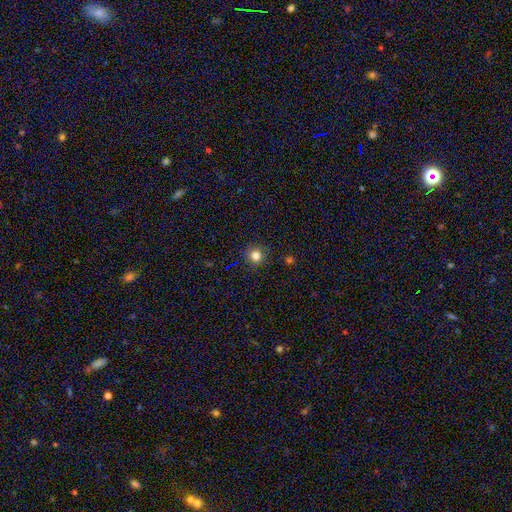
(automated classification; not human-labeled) A smooth galaxy with no disk features (81%) that is round (91%). Merging: none (88%).